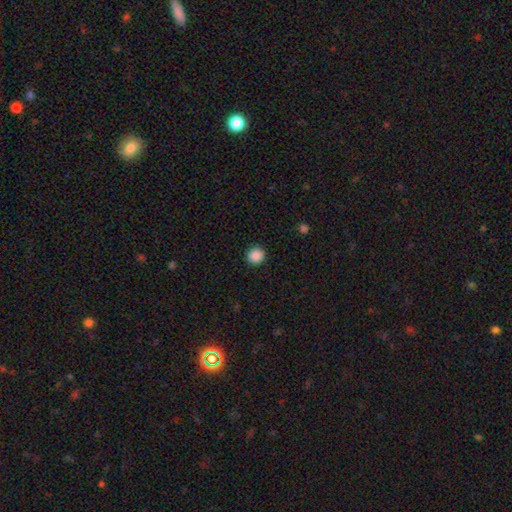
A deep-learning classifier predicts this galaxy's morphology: A smooth galaxy with no disk features (88%) that is round (92%).

Vote fractions:
- Smooth or featured? smooth: 88% / star or artifact: 10% / featured or disk: 3%
- How rounded? round: 92% / in between: 7% / cigar-shaped: 1%
- Merging? none: 91% / minor disturbance: 6% / major disturbance: 2% / merger: 1%